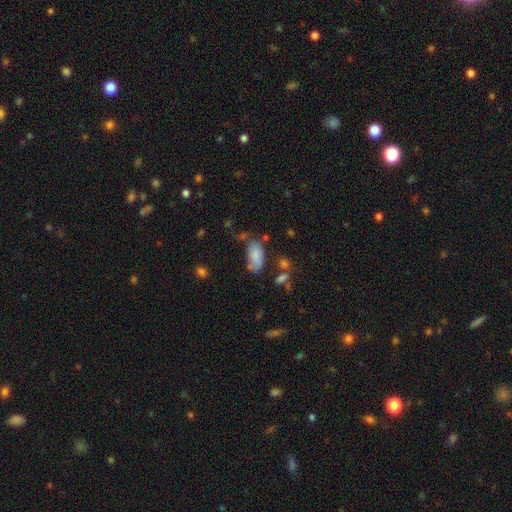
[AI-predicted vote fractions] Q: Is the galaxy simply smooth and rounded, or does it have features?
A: smooth — 81%.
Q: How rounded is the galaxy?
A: in between — 93%.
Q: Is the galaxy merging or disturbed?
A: none — 51%.